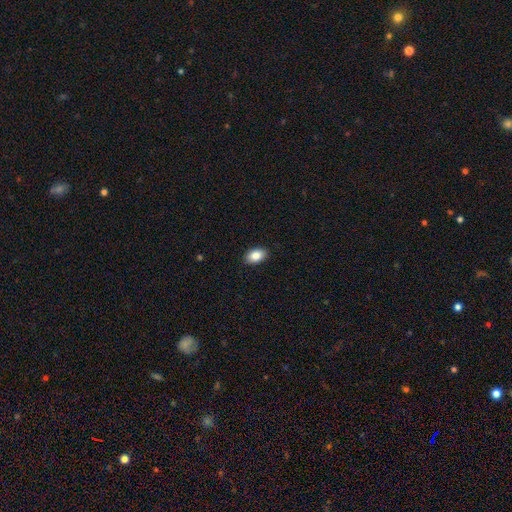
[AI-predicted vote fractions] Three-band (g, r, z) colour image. It shows a smooth galaxy with no disk features (84%) that is in between round and cigar-shaped (89%). Merging: none (89%).